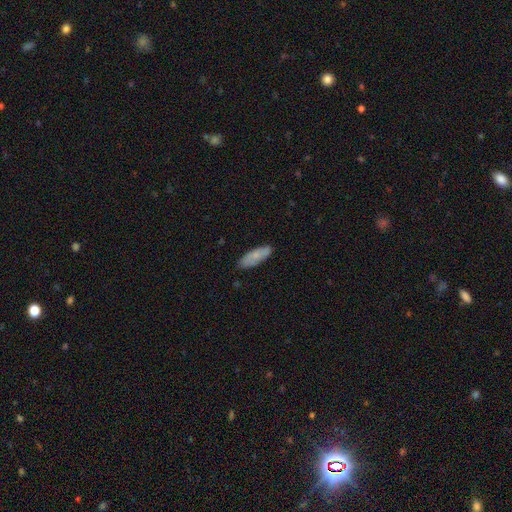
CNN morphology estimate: Overall: smooth (74%). How rounded: in between (63%; cigar-shaped 35%). Merging: none (83%).